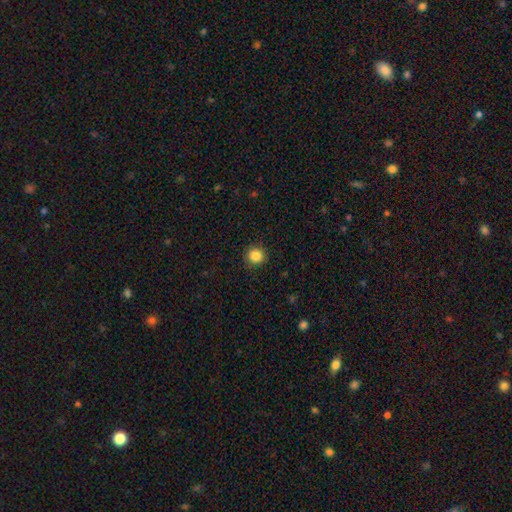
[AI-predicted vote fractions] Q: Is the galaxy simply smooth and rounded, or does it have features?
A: smooth — 86%.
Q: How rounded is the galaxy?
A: round — 88%.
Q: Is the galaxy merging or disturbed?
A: none — 91%.